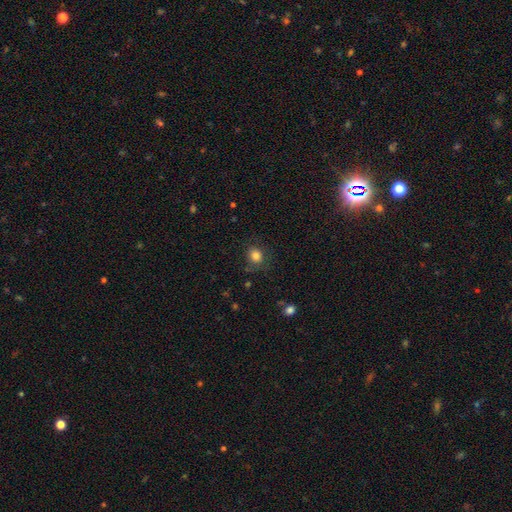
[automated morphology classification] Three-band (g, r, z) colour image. It shows a smooth galaxy with no disk features (82%) that is round (74%). Merging: none (78%).